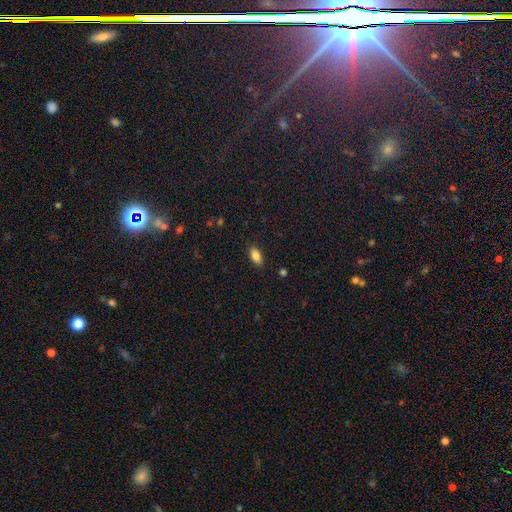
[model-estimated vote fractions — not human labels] Smooth or featured?
  - smooth: 84% *
  - star or artifact: 9%
  - featured or disk: 8%
How rounded?
  - in between: 90% *
  - cigar-shaped: 6%
  - round: 4%
Merging?
  - none: 87% *
  - minor disturbance: 10%
  - major disturbance: 2%
  - merger: 1%